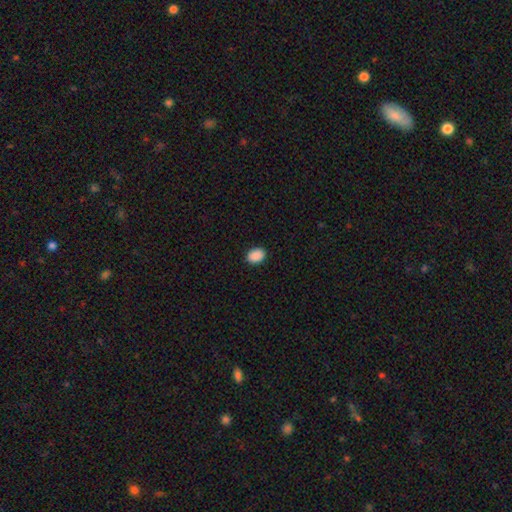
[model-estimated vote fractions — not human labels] smooth 90%, star or artifact 8%, featured or disk 2%. Down the decision tree: how rounded — in between (75%); merging — none (89%).